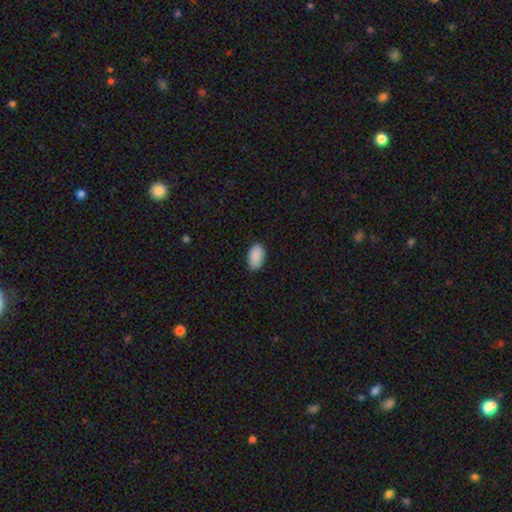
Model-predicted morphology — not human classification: smooth_or_featured: smooth (p=0.90) [alt: star or artifact p=0.07]
how_rounded: in between (p=0.94) [alt: round p=0.05]
merging: none (p=0.81) [alt: minor disturbance p=0.16]